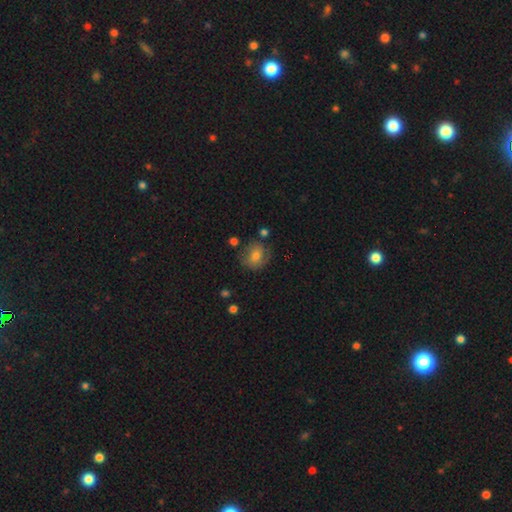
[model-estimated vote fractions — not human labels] Smooth or featured?
  - smooth: 65% *
  - featured or disk: 26%
  - star or artifact: 9%
How rounded?
  - round: 70% *
  - in between: 29%
  - cigar-shaped: 1%
Merging?
  - none: 63% *
  - minor disturbance: 24%
  - major disturbance: 10%
  - merger: 4%